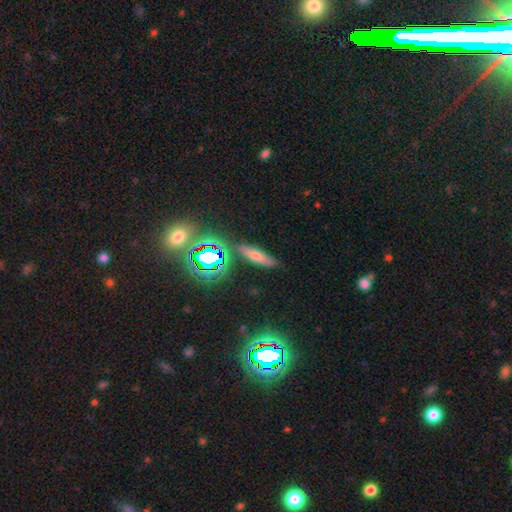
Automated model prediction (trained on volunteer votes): Smooth or featured? Predicted: smooth (p=0.51). How rounded? Predicted: cigar-shaped (p=0.61). Merging? Predicted: none (p=0.80).